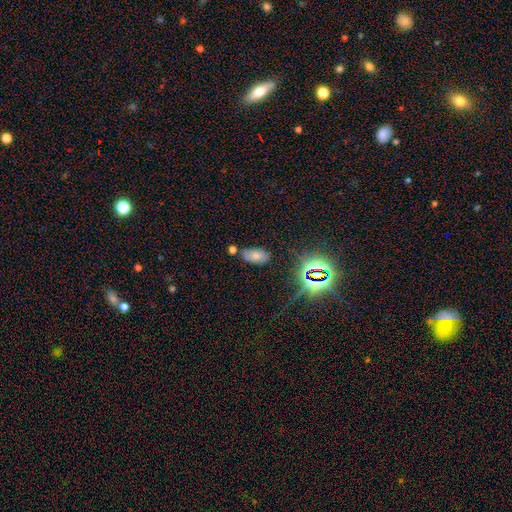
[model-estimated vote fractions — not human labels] smooth-or-featured: smooth: 62% | star or artifact: 21% | featured or disk: 17%
  how-rounded: in between: 93% | round: 4% | cigar-shaped: 3%
  merging: none: 67% | minor disturbance: 20% | merger: 8% | major disturbance: 5%